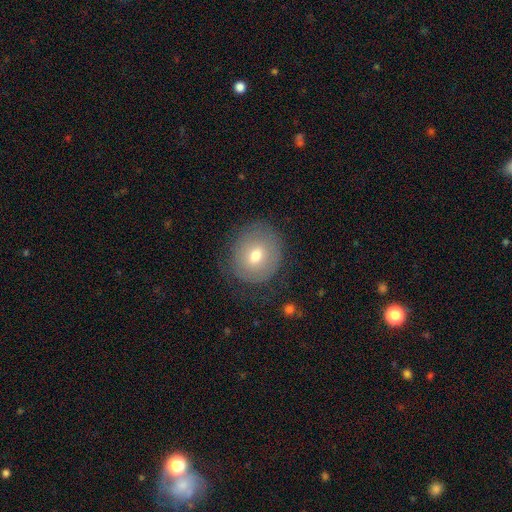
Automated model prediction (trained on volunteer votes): smooth_or_featured: smooth (p=0.63) [alt: featured or disk p=0.27]
how_rounded: round (p=0.78) [alt: in between p=0.21]
merging: none (p=0.73) [alt: minor disturbance p=0.16]